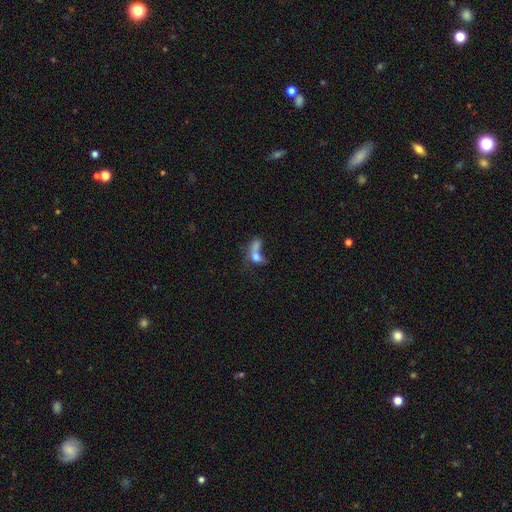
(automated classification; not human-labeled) This is likely a smooth galaxy (63%). How rounded: likely in between (61%). Merging: possibly merger (49%).